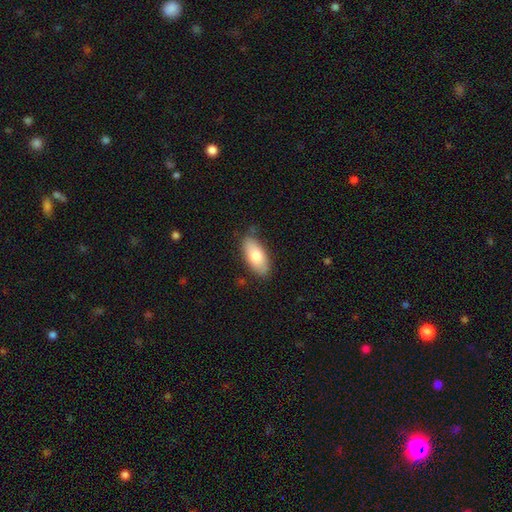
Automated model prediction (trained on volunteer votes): smooth-or-featured: smooth: 78% | featured or disk: 16% | star or artifact: 6%
  how-rounded: in between: 88% | cigar-shaped: 10% | round: 2%
  merging: none: 80% | minor disturbance: 15% | major disturbance: 3% | merger: 2%